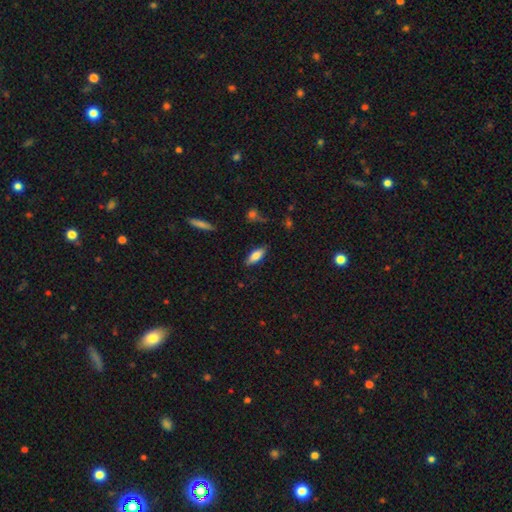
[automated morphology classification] Smooth or featured: smooth — 76% (featured or disk — 18%)
How rounded: in between — 65% (cigar-shaped — 33%)
Merging: none — 85% (minor disturbance — 12%)